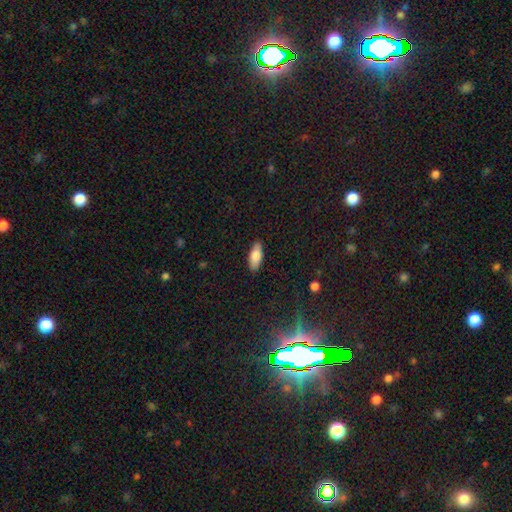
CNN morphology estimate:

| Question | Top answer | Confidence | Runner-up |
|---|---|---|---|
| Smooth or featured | smooth | 80% | featured or disk (14%) |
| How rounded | in between | 76% | cigar-shaped (22%) |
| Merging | none | 88% | minor disturbance (9%) |